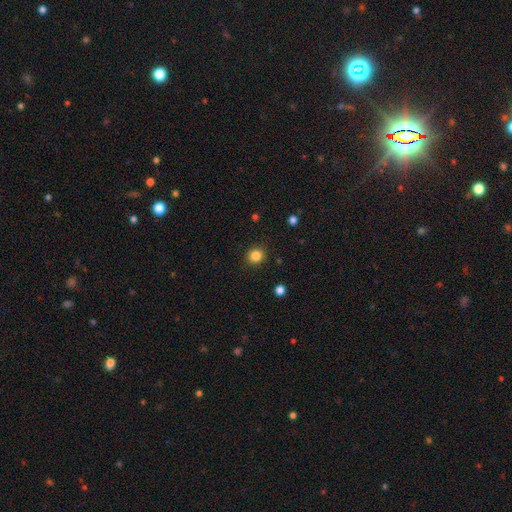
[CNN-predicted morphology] smooth-or-featured: smooth: 85% | star or artifact: 11% | featured or disk: 4%
  how-rounded: round: 85% | in between: 14% | cigar-shaped: 1%
  merging: none: 89% | minor disturbance: 7% | major disturbance: 2% | merger: 1%